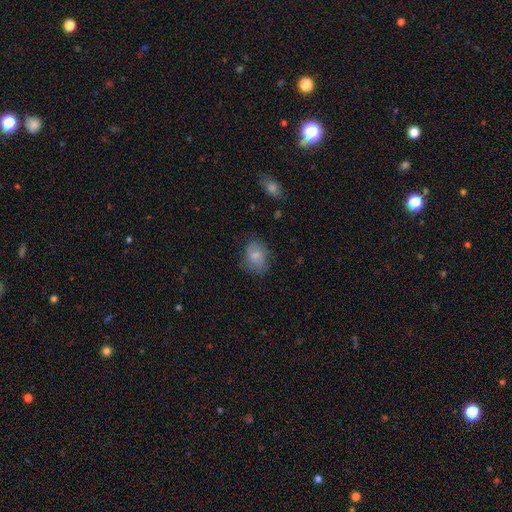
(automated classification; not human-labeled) Smooth or featured? Predicted: smooth (p=0.70). How rounded? Predicted: in between (p=0.71). Merging? Predicted: none (p=0.65).